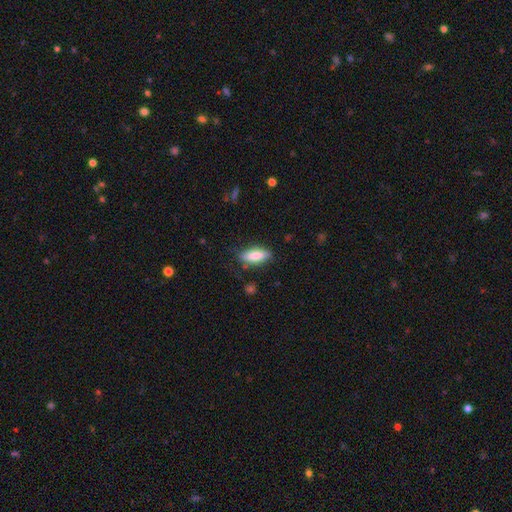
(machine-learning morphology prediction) This is likely a smooth galaxy (76%). How rounded: likely in between (65%). Merging: likely none (76%).